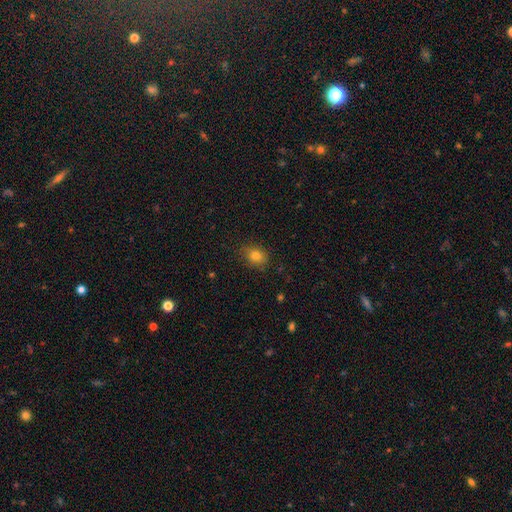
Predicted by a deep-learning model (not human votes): Morphology: type=smooth (80%); roundness=in between (51%); merging=none (83%).